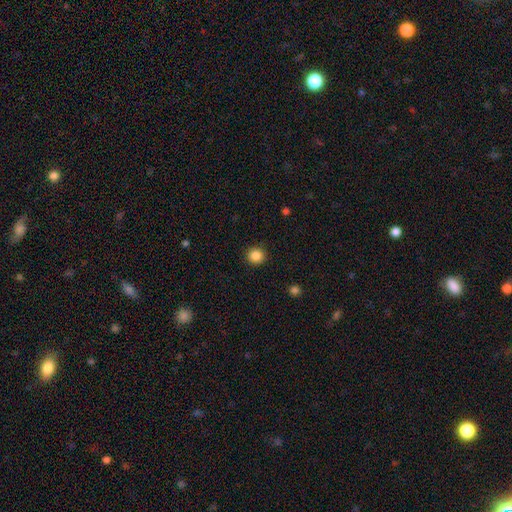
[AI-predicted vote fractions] A smooth galaxy with no disk features (86%) that is round (93%). Merging: none (92%).